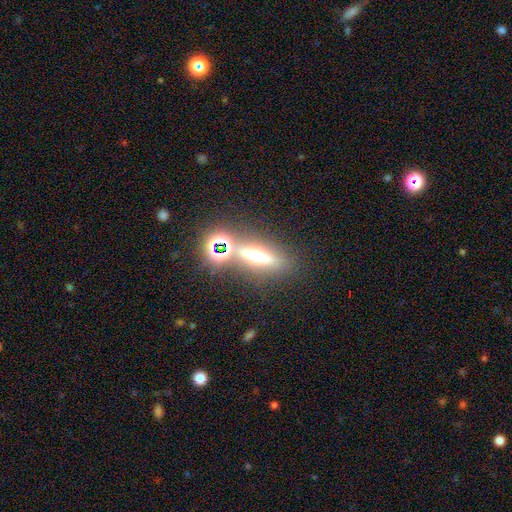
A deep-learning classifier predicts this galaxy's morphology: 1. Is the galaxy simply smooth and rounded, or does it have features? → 49% featured or disk, 29% smooth, 22% star or artifact.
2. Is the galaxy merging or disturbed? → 76% none, 10% merger, 9% minor disturbance, 5% major disturbance.